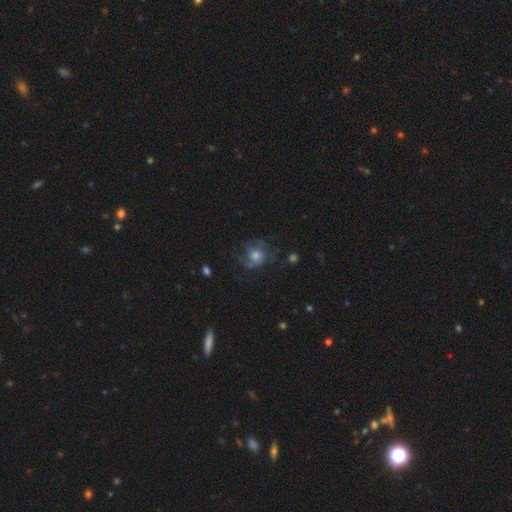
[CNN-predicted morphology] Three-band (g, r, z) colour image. It shows a featured or disk galaxy (62%) with no bar (77%), 2 (35%) medium (46%) spiral arms (88%) and a moderate central bulge (53%). Merging: none (60%).